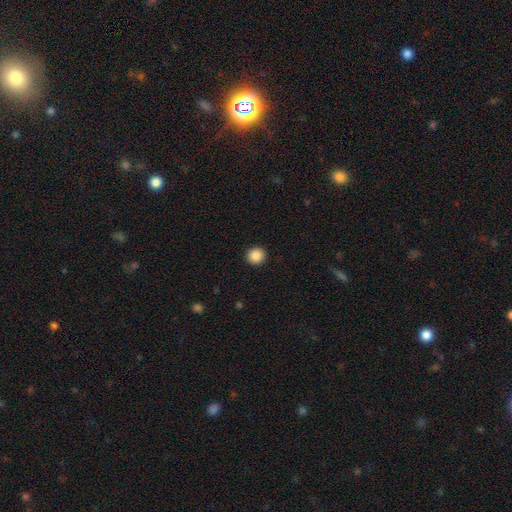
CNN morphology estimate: This appears to be a smooth galaxy with no disk features (87%) that is round (93%). Merging: none (93%).